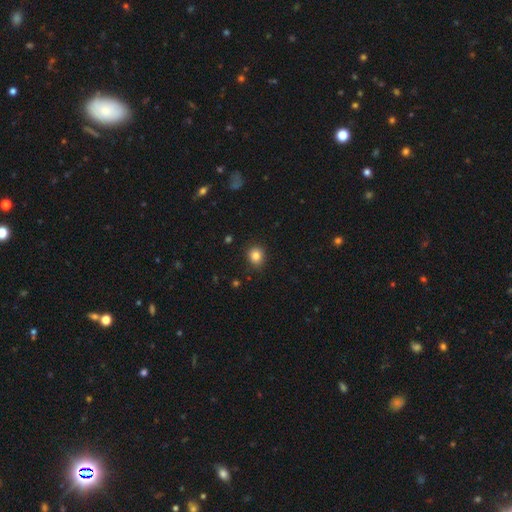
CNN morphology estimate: smooth_or_featured: smooth (p=0.84) [alt: star or artifact p=0.11]
how_rounded: round (p=0.75) [alt: in between p=0.24]
merging: none (p=0.87) [alt: minor disturbance p=0.10]